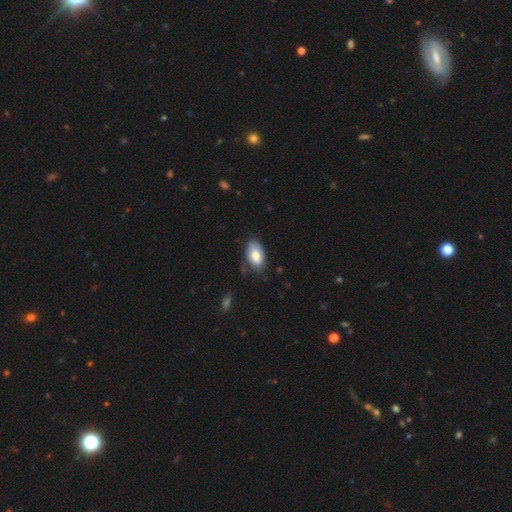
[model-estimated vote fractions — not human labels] Q: Smooth or featured?
A: smooth (79%); runner-up: featured or disk (14%)
Q: How rounded?
A: in between (94%); runner-up: round (4%)
Q: Merging?
A: none (69%); runner-up: minor disturbance (24%)